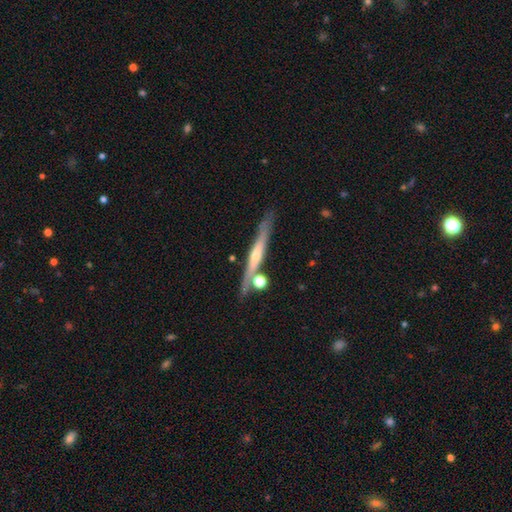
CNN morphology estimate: smooth_or_featured: featured or disk (p=0.70) [alt: smooth p=0.23]
disk_edge_on: yes (p=0.94) [alt: no p=0.06]
edge_on_bulge: rounded (p=0.64) [alt: none p=0.29]
merging: none (p=0.77) [alt: minor disturbance p=0.12]